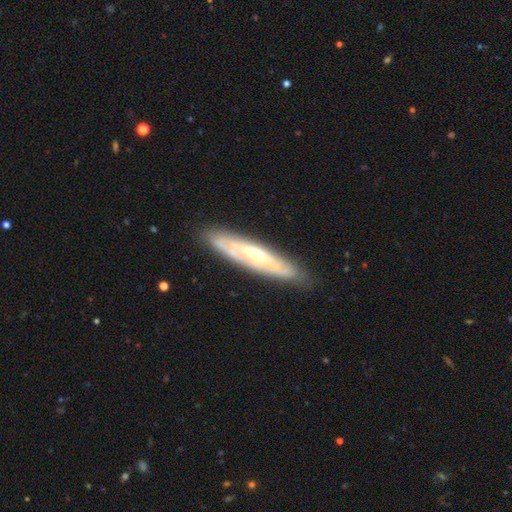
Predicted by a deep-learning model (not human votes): Smooth or featured?
  - featured or disk: 69% *
  - smooth: 25%
  - star or artifact: 6%
Edge-on disk?
  - yes: 51% *
  - no: 49%
Merging?
  - none: 84% *
  - minor disturbance: 12%
  - major disturbance: 3%
  - merger: 1%